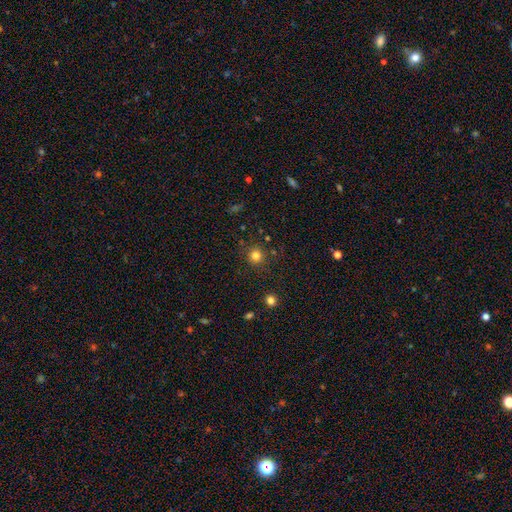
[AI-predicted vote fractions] A smooth galaxy with no disk features (80%) that is round (93%).

Vote fractions:
- Smooth or featured? smooth: 80% / star or artifact: 15% / featured or disk: 5%
- How rounded? round: 93% / in between: 6% / cigar-shaped: 1%
- Merging? none: 87% / minor disturbance: 8% / major disturbance: 3% / merger: 3%